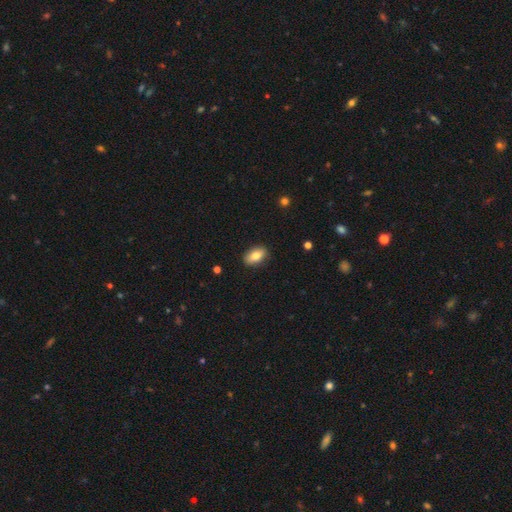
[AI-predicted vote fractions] smooth-or-featured: smooth: 79% | featured or disk: 13% | star or artifact: 7%
  how-rounded: in between: 90% | round: 7% | cigar-shaped: 4%
  merging: none: 88% | minor disturbance: 9% | major disturbance: 2% | merger: 1%